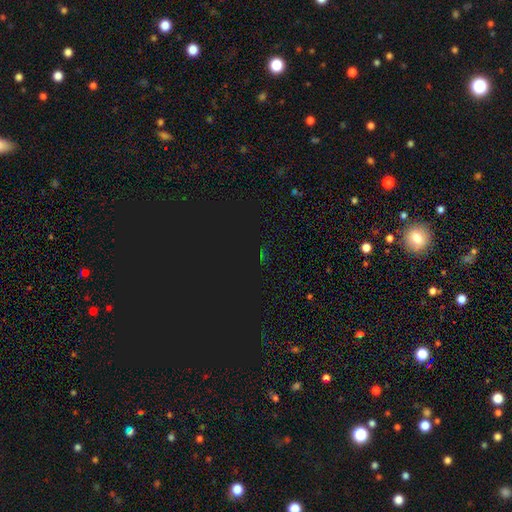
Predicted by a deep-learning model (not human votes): Q: Smooth or featured?
A: star or artifact (77%); runner-up: smooth (15%)